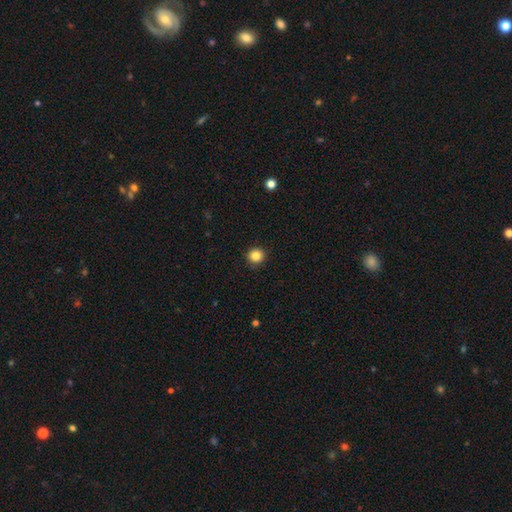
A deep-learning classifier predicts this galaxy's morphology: Smooth or featured: smooth — 85% (star or artifact — 11%)
How rounded: round — 93% (in between — 6%)
Merging: none — 92% (minor disturbance — 5%)